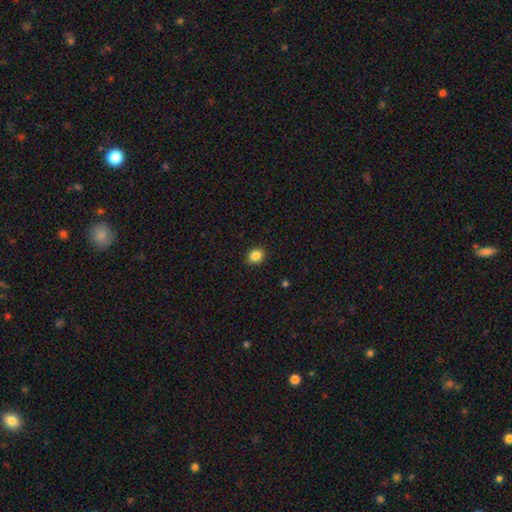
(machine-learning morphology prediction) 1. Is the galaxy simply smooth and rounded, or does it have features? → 86% smooth, 10% star or artifact, 4% featured or disk.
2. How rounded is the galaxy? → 65% round, 34% in between, 1% cigar-shaped.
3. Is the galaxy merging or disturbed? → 89% none, 8% minor disturbance, 2% major disturbance, 1% merger.